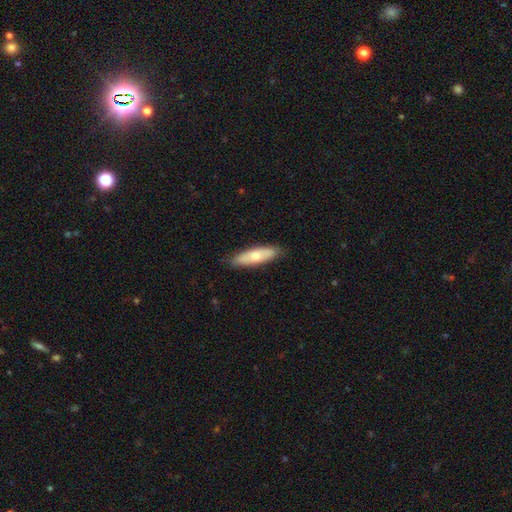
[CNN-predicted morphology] Smooth or featured?
  - smooth: 66% *
  - featured or disk: 29%
  - star or artifact: 5%
How rounded?
  - cigar-shaped: 56% *
  - in between: 42%
  - round: 2%
Merging?
  - none: 85% *
  - minor disturbance: 12%
  - major disturbance: 2%
  - merger: 1%